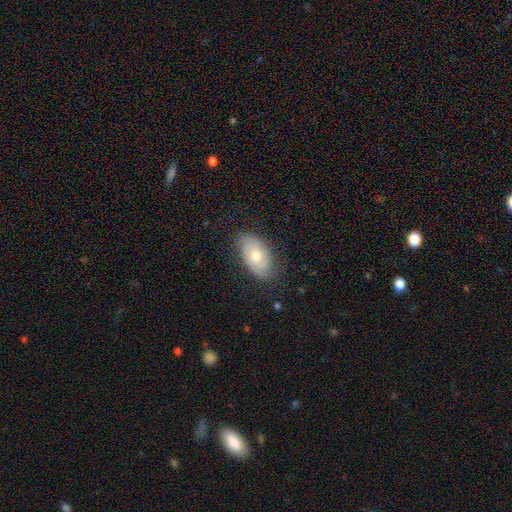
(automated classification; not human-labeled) This is likely a smooth galaxy (60%). How rounded: clearly in between (93%). Merging: likely none (75%).